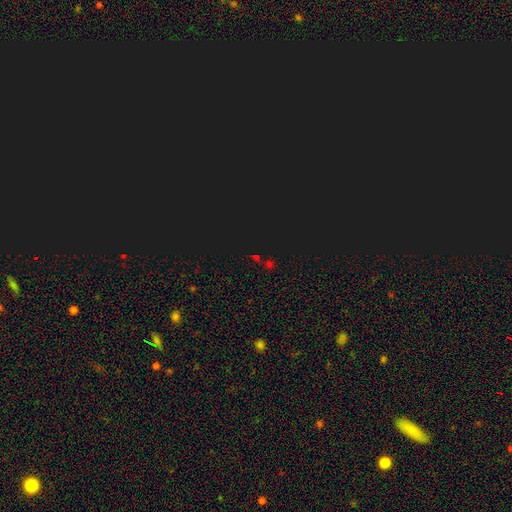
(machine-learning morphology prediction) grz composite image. It shows a star or artifact, not a galaxy (71%).